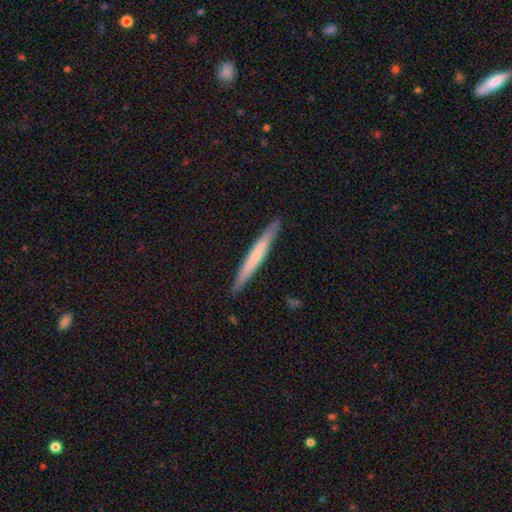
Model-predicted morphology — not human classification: Smooth or featured: smooth — 53% (featured or disk — 42%)
How rounded: cigar-shaped — 97% (in between — 2%)
Merging: none — 90% (minor disturbance — 7%)